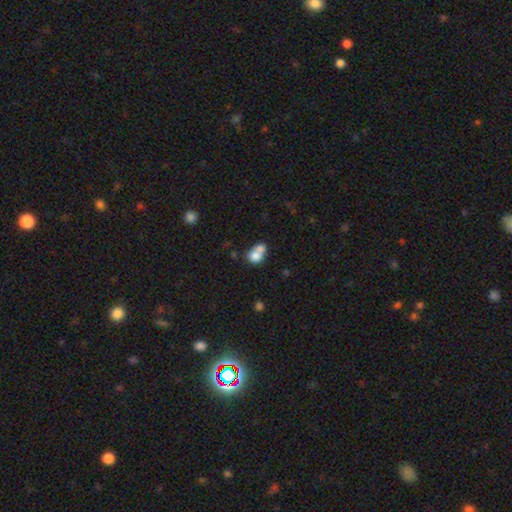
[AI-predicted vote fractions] A smooth galaxy with no disk features (74%) that is round (60%).

Vote fractions:
- Smooth or featured? smooth: 74% / featured or disk: 16% / star or artifact: 10%
- How rounded? round: 60% / in between: 39% / cigar-shaped: 1%
- Merging? merger: 66% / none: 23% / minor disturbance: 7% / major disturbance: 4%